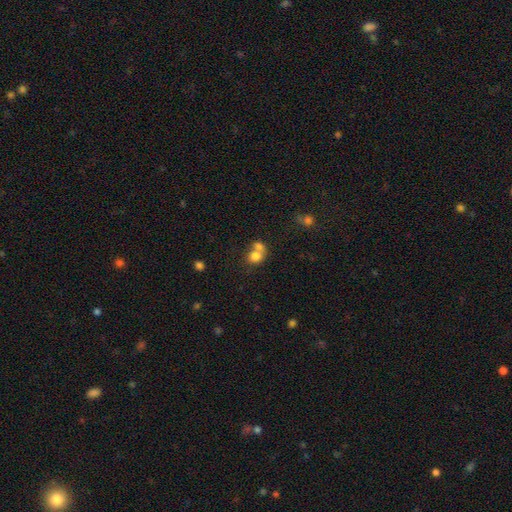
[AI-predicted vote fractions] Smooth or featured?
  - smooth: 76% *
  - featured or disk: 14%
  - star or artifact: 10%
How rounded?
  - round: 67% *
  - in between: 32%
  - cigar-shaped: 1%
Merging?
  - merger: 60% *
  - none: 29%
  - minor disturbance: 7%
  - major disturbance: 4%